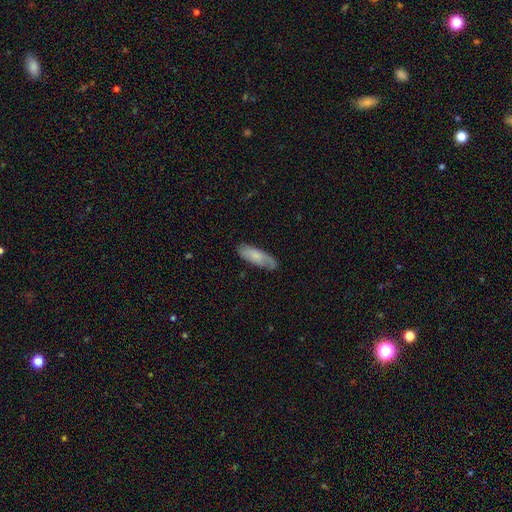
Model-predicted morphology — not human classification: Overall: smooth (71%). How rounded: in between (57%; cigar-shaped 41%). Merging: none (77%).